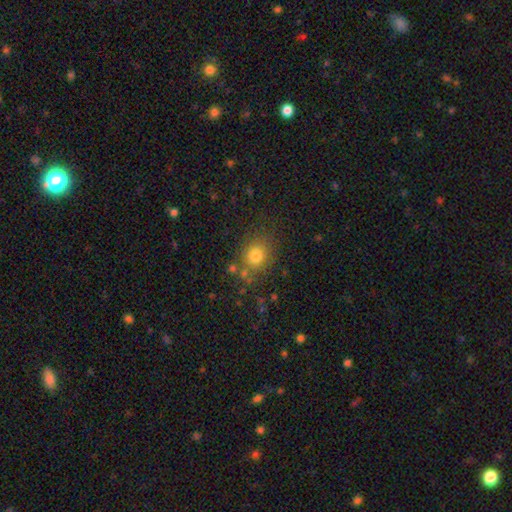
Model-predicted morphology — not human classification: The model was most divided on "how rounded": round: 69%, in between: 30%, cigar-shaped: 1%. More confident: smooth or featured — smooth (78%); merging — none (75%).